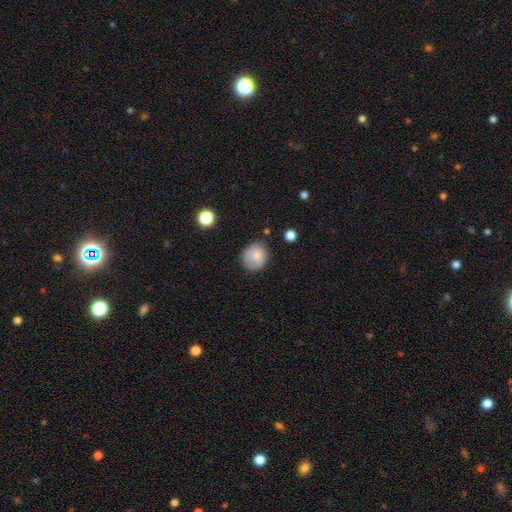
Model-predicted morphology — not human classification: smooth-or-featured: smooth: 83% | star or artifact: 9% | featured or disk: 8%
  how-rounded: round: 76% | in between: 23% | cigar-shaped: 1%
  merging: none: 72% | minor disturbance: 20% | major disturbance: 5% | merger: 2%